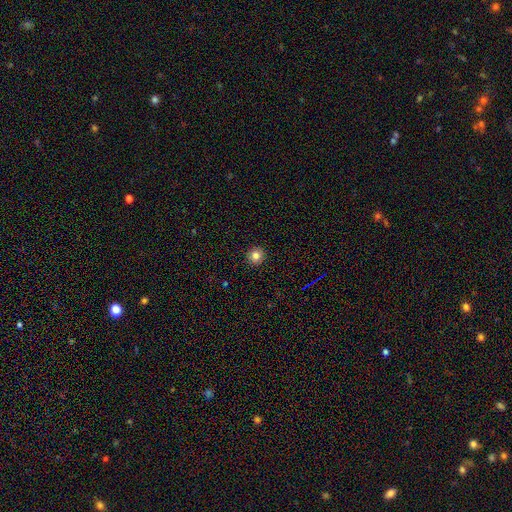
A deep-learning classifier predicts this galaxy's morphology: This is clearly a smooth galaxy (82%). How rounded: clearly round (93%). Merging: clearly none (92%).